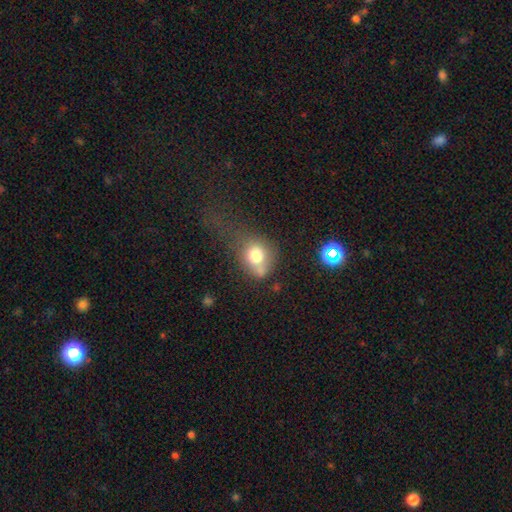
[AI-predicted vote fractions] Smooth or featured? smooth (74%)
How rounded? round (65%)
Merging? none (36%)